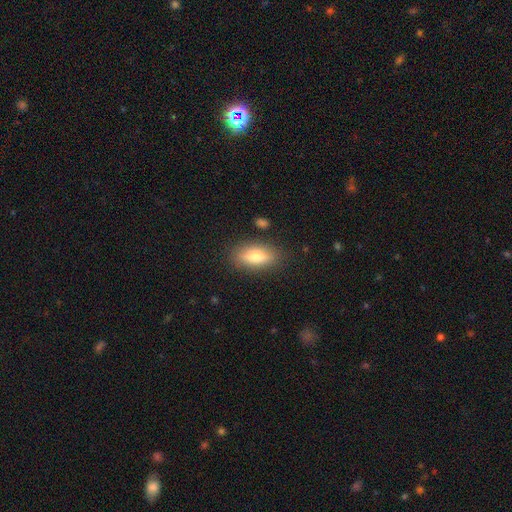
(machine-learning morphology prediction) Smooth or featured? Predicted: smooth (p=0.66). How rounded? Predicted: in between (p=0.76). Merging? Predicted: none (p=0.84).